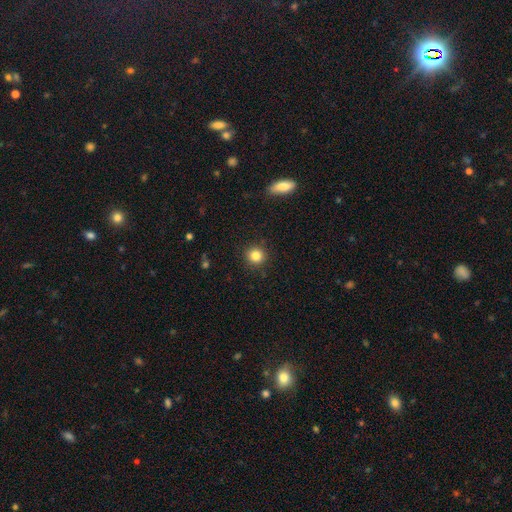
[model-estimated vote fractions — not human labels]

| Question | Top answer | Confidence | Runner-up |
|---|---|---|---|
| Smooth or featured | smooth | 84% | star or artifact (11%) |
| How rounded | round | 92% | in between (7%) |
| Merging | none | 91% | minor disturbance (6%) |